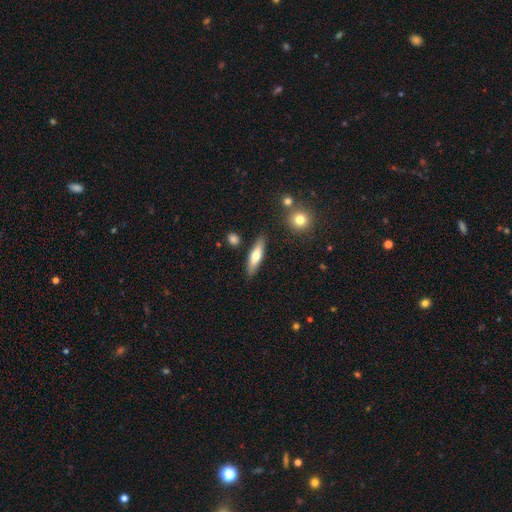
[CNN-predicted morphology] This is possibly a smooth galaxy (59%). How rounded: likely cigar-shaped (69%). Merging: clearly none (85%).